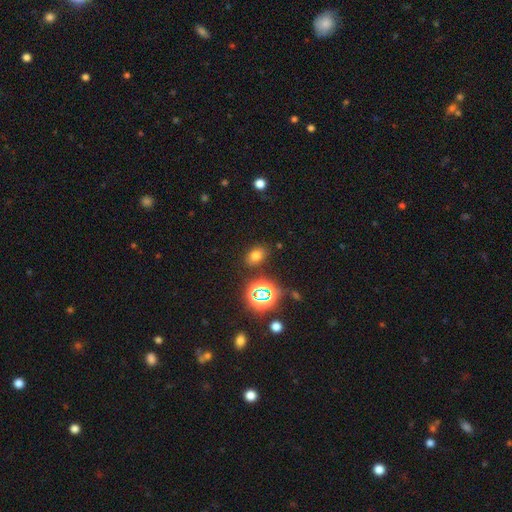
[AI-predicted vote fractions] A smooth galaxy with no disk features (68%) that is in between round and cigar-shaped (73%).

Vote fractions:
- Smooth or featured? smooth: 68% / star or artifact: 25% / featured or disk: 8%
- How rounded? in between: 73% / round: 26% / cigar-shaped: 1%
- Merging? none: 83% / minor disturbance: 10% / major disturbance: 3% / merger: 3%